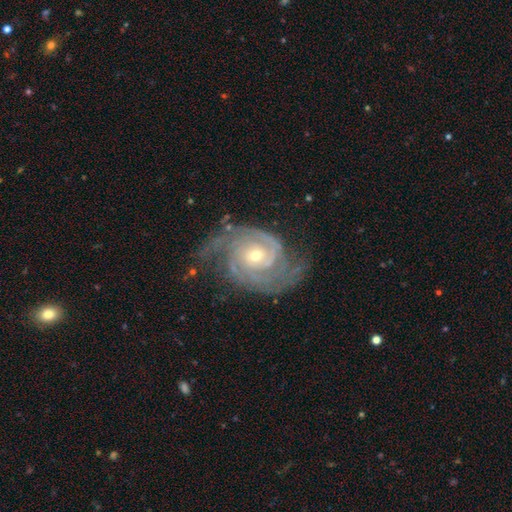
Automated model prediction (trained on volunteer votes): Morphology: type=featured or disk (92%); edge-on=no (98%); bar=no (69%); spiral arms=yes (98%); winding=tight (61%); arm count=2 (53%); bulge=small (55%); merging=none (68%).